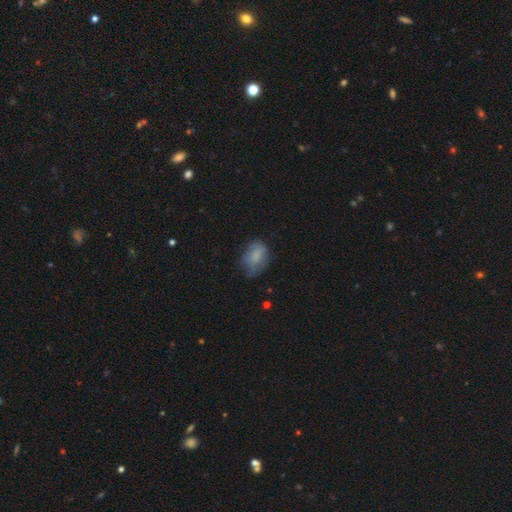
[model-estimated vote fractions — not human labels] Smooth or featured?
  - smooth: 73% *
  - featured or disk: 18%
  - star or artifact: 9%
How rounded?
  - in between: 74% *
  - round: 25%
  - cigar-shaped: 1%
Merging?
  - none: 50% *
  - minor disturbance: 32%
  - major disturbance: 16%
  - merger: 2%